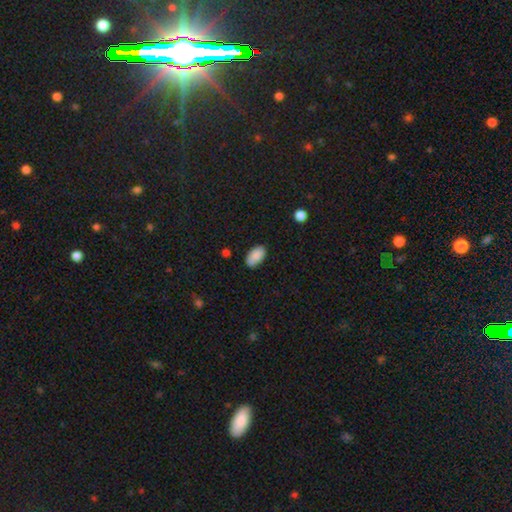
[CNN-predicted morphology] This appears to be a smooth galaxy with no disk features (87%) that is in between round and cigar-shaped (94%). Merging: none (75%).